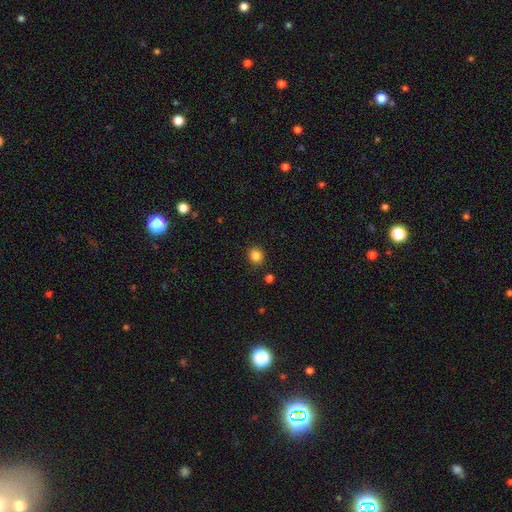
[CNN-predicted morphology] Overall: smooth (85%). How rounded: round (82%). Merging: none (86%).